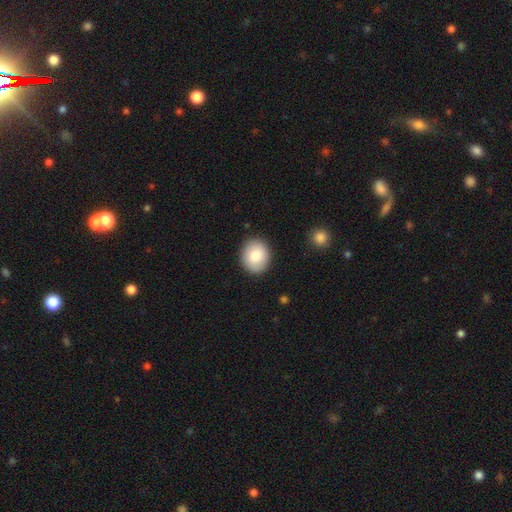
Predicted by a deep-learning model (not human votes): smooth 82%, featured or disk 12%, star or artifact 7%. Down the decision tree: how rounded — round (65%); merging — none (89%).